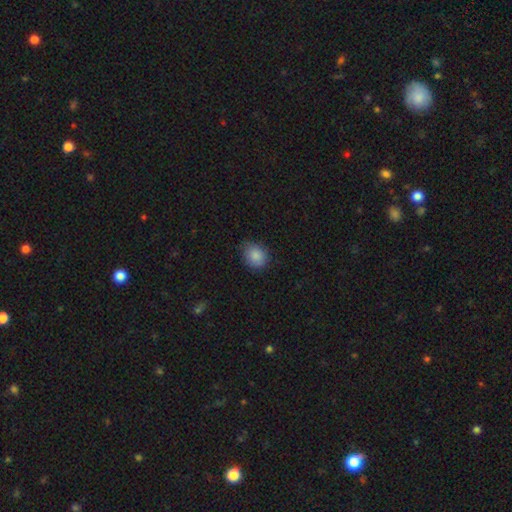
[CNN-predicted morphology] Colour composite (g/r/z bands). It shows a smooth galaxy with no disk features (86%) that is round (62%). Merging: none (74%).